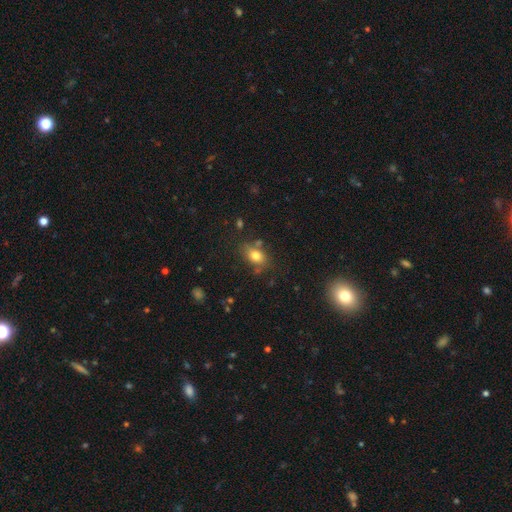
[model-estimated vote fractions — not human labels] Smooth or featured?
  - smooth: 78% *
  - featured or disk: 12%
  - star or artifact: 11%
How rounded?
  - in between: 73% *
  - round: 25%
  - cigar-shaped: 2%
Merging?
  - none: 70% *
  - minor disturbance: 17%
  - merger: 7%
  - major disturbance: 5%